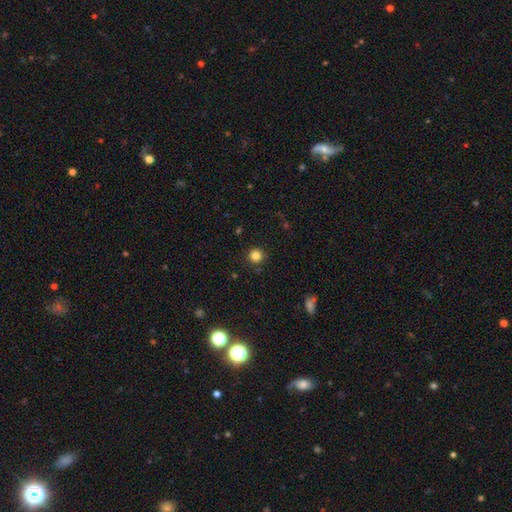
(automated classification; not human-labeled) Smooth or featured? smooth (83%)
How rounded? round (94%)
Merging? none (91%)